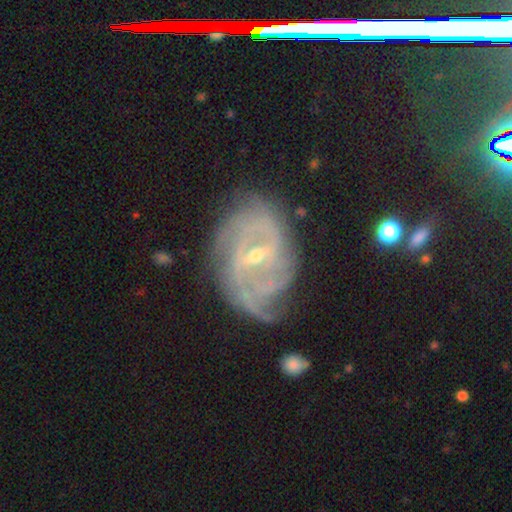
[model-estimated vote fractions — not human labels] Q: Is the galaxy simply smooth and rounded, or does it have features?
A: featured or disk — 87%.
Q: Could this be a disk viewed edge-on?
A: no — 96%.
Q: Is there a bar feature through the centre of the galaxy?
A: weak — 48%.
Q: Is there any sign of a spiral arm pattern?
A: yes — 95%.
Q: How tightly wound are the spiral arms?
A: tight — 54%.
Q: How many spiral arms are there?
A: can't tell — 29%.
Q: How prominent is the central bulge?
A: small — 65%.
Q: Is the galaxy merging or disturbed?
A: none — 59%.